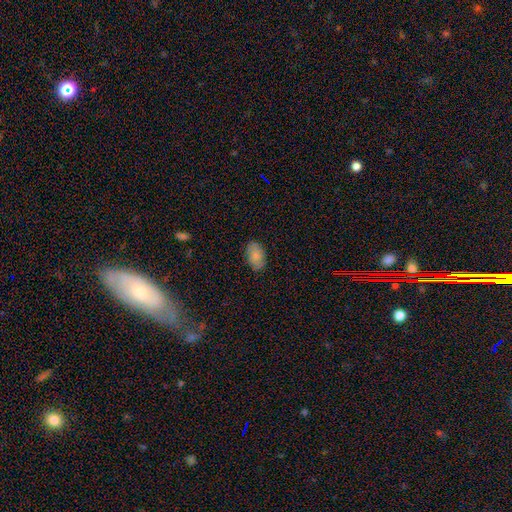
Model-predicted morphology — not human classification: The model was most divided on "smooth or featured": smooth: 82%, featured or disk: 11%, star or artifact: 7%. More confident: how rounded — in between (91%); merging — none (85%).